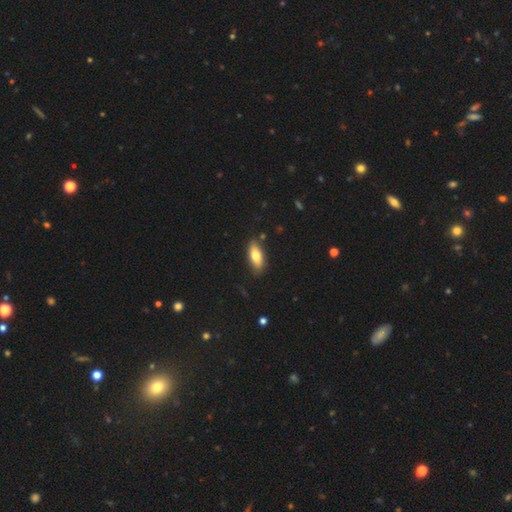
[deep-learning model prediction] smooth_or_featured: smooth (p=0.74) [alt: featured or disk p=0.20]
how_rounded: in between (p=0.77) [alt: cigar-shaped p=0.21]
merging: none (p=0.83) [alt: minor disturbance p=0.13]